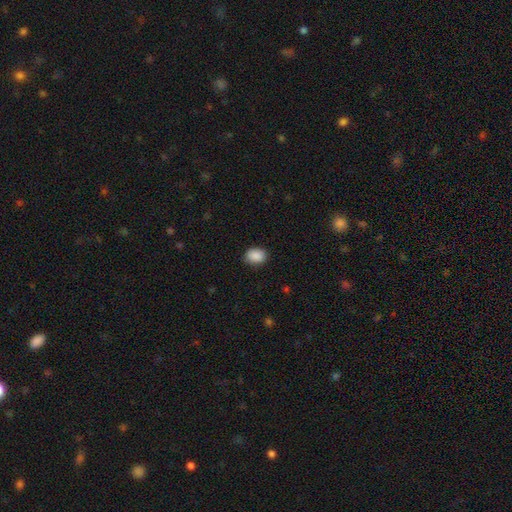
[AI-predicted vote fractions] This appears to be a smooth galaxy with no disk features (90%) that is in between round and cigar-shaped (71%). Merging: none (86%).